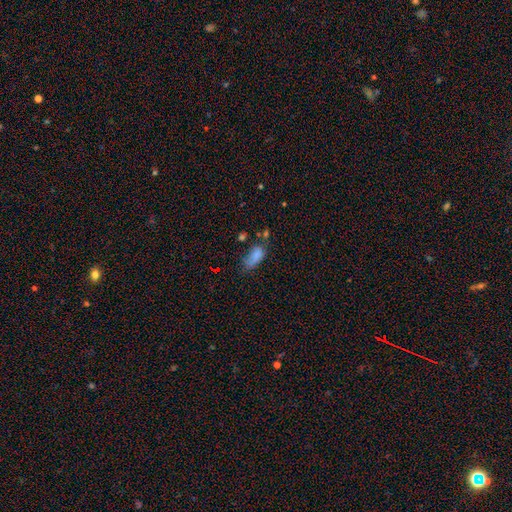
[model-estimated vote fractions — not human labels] Smooth or featured? Predicted: smooth (p=0.79). How rounded? Predicted: in between (p=0.87). Merging? Predicted: none (p=0.38).